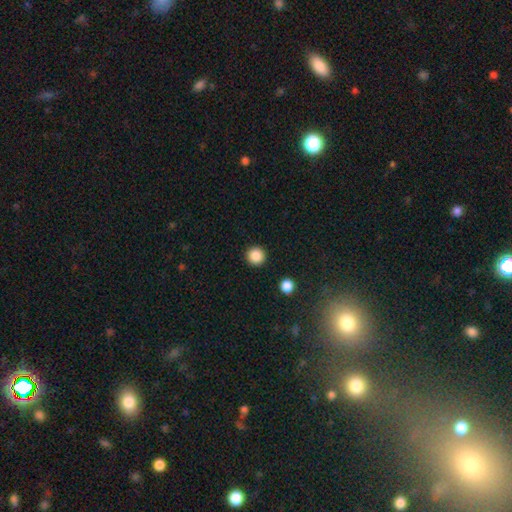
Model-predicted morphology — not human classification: This is clearly a smooth galaxy (87%). How rounded: clearly round (95%). Merging: clearly none (92%).